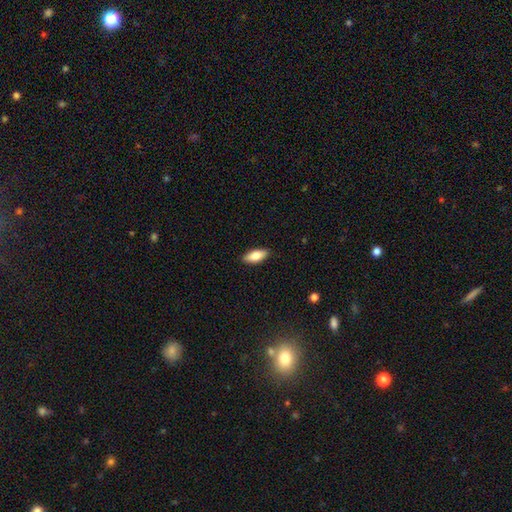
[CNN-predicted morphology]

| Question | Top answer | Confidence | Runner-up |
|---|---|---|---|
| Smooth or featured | smooth | 80% | featured or disk (14%) |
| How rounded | in between | 81% | cigar-shaped (16%) |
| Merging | none | 89% | minor disturbance (8%) |